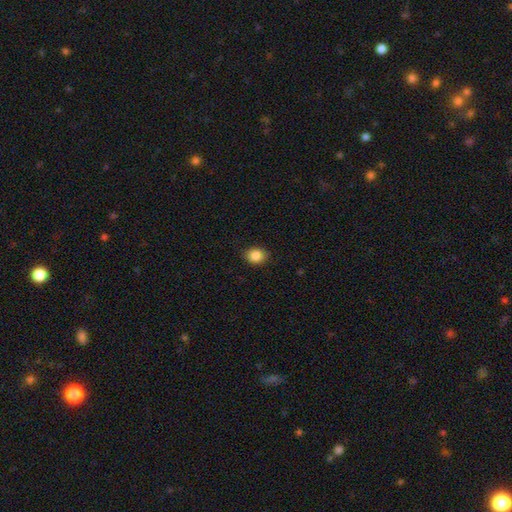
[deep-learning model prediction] smooth 87%, star or artifact 9%, featured or disk 4%. Down the decision tree: how rounded — round (54%); merging — none (86%).